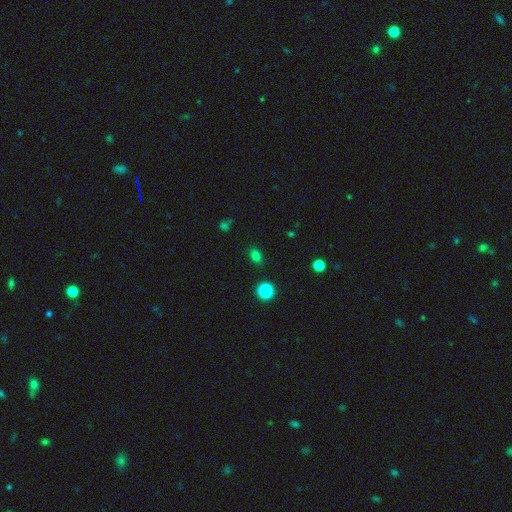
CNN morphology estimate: smooth_or_featured: smooth (p=0.78) [alt: star or artifact p=0.18]
how_rounded: in between (p=0.63) [alt: round p=0.35]
merging: none (p=0.86) [alt: minor disturbance p=0.10]